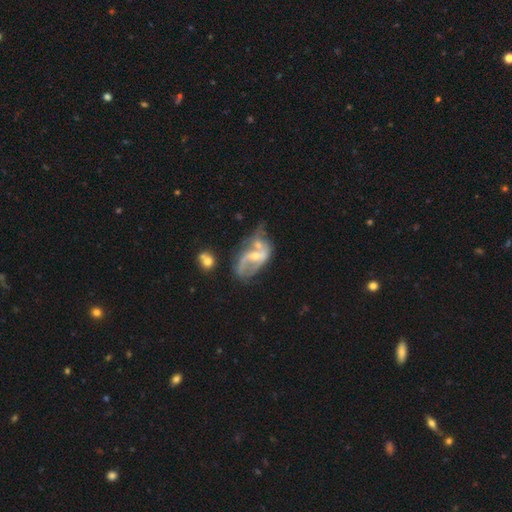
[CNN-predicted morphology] Overall: featured or disk (77%). Edge-on disk: no (96%). Bar: weak (39%; no 38%). Spiral arms: yes (77%). Spiral arm count: 2 (71%). Spiral winding: loose (51%; medium 36%). Bulge size: moderate (48%; small 46%). Merging: merger (31%; none 27%).